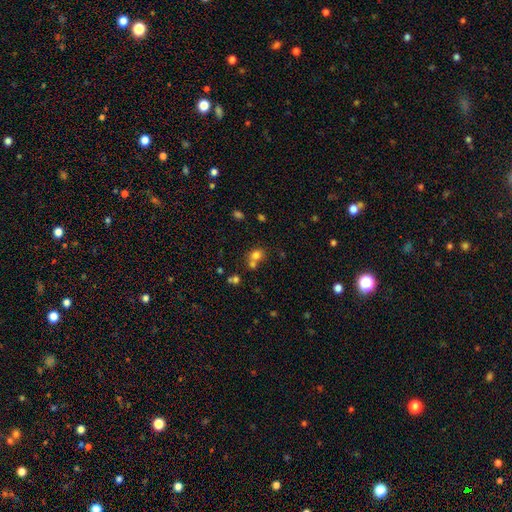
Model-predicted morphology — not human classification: A smooth galaxy with no disk features (73%) that is round (70%). Merging: none (46%).